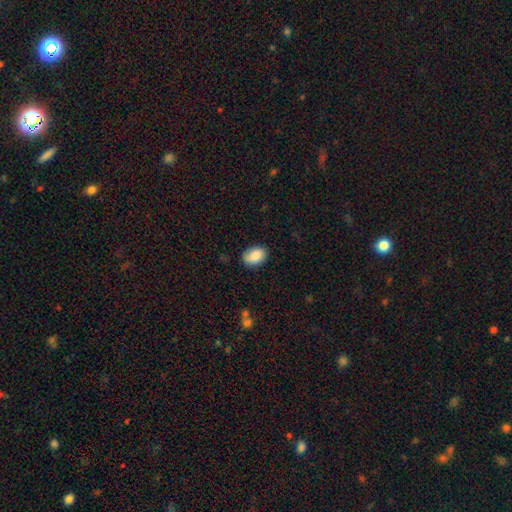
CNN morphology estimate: Overall: smooth (86%). How rounded: in between (81%). Merging: none (80%).